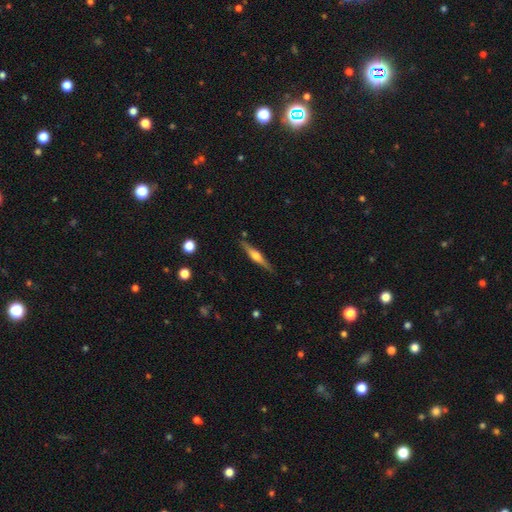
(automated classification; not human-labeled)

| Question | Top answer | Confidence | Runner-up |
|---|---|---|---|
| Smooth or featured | featured or disk | 72% | smooth (22%) |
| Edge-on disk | yes | 98% | no (2%) |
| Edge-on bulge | rounded | 90% | boxy (7%) |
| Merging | none | 88% | minor disturbance (9%) |